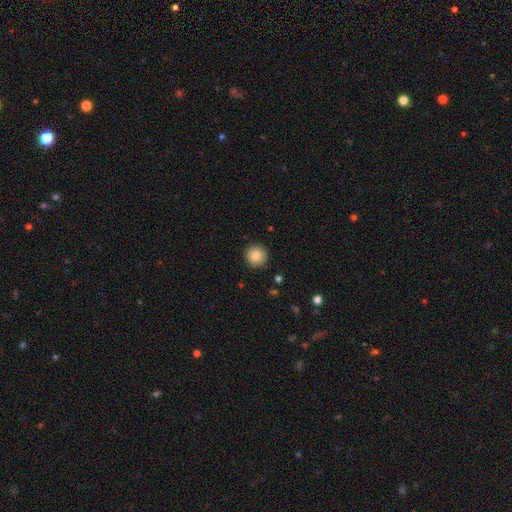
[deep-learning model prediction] This appears to be a smooth galaxy with no disk features (85%) that is round (95%). Merging: none (91%).